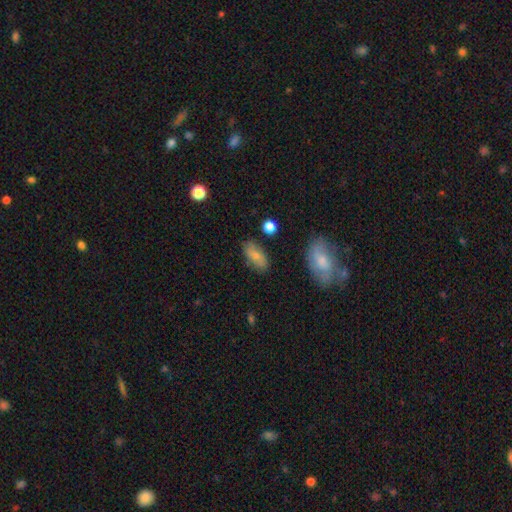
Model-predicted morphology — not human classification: smooth_or_featured: smooth (p=0.73) [alt: featured or disk p=0.20]
how_rounded: in between (p=0.88) [alt: cigar-shaped p=0.08]
merging: none (p=0.80) [alt: minor disturbance p=0.14]